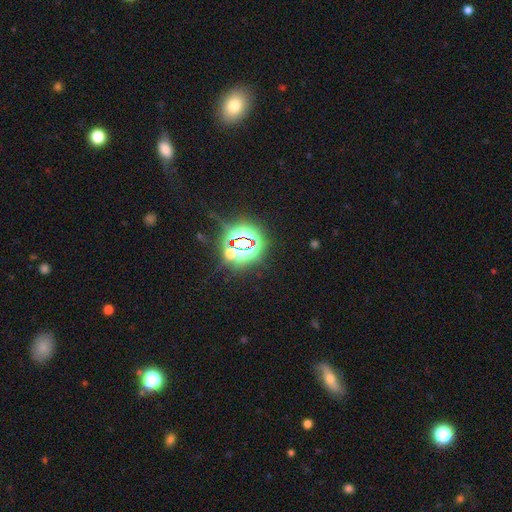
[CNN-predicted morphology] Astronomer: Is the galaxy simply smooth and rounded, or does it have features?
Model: star or artifact — 78%.